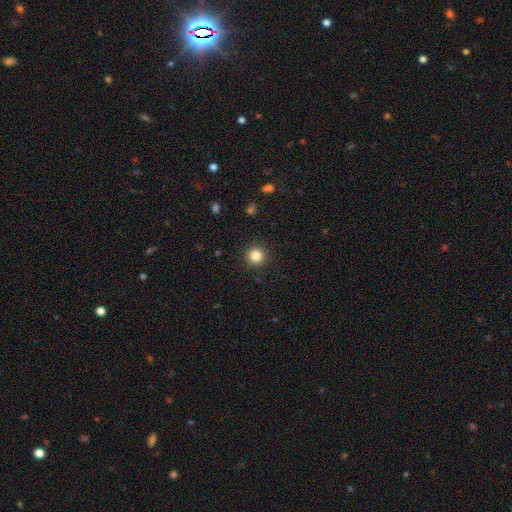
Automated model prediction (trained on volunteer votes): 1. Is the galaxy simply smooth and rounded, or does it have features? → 84% smooth, 11% star or artifact, 5% featured or disk.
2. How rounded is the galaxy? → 94% round, 5% in between, 1% cigar-shaped.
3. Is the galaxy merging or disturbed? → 92% none, 5% minor disturbance, 2% major disturbance, 1% merger.